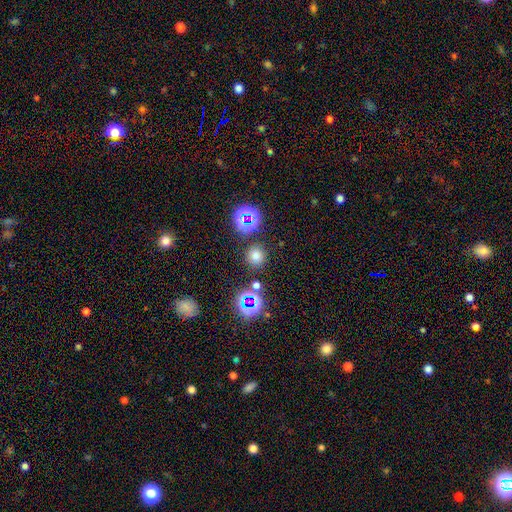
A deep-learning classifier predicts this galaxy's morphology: This is likely a smooth galaxy (68%). How rounded: clearly round (90%). Merging: clearly none (85%).